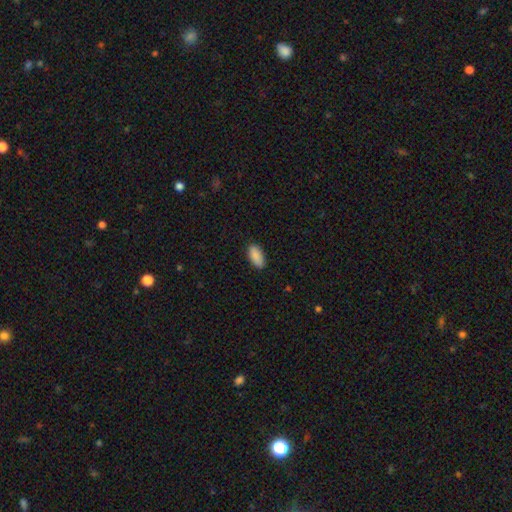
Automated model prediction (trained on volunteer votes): Morphology: type=smooth (90%); roundness=in between (91%); merging=none (88%).